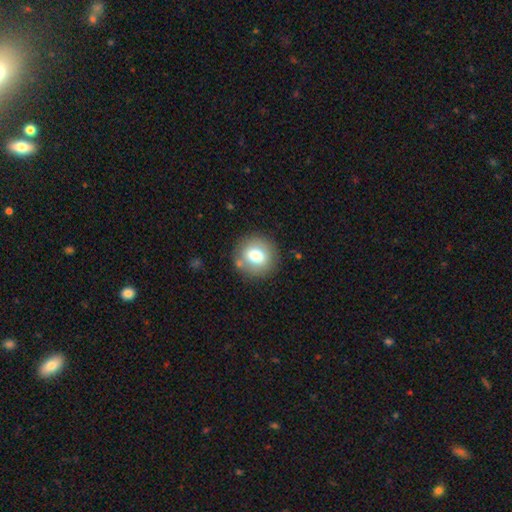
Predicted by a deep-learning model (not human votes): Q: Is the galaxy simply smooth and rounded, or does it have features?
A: smooth — 71%.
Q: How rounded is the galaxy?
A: round — 88%.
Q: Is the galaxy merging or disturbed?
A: none — 82%.